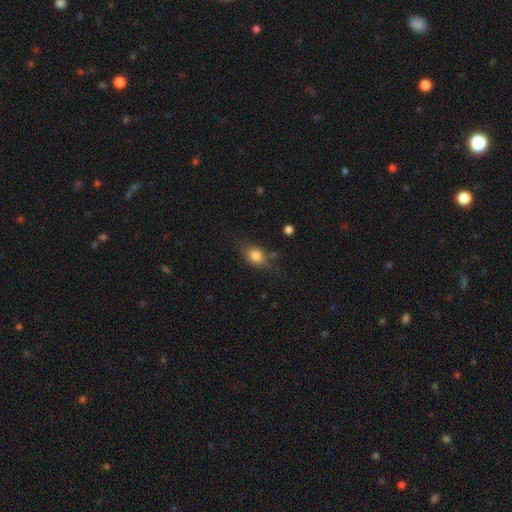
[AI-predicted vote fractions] Q: Smooth or featured?
A: smooth (77%); runner-up: featured or disk (13%)
Q: How rounded?
A: in between (62%); runner-up: round (34%)
Q: Merging?
A: none (66%); runner-up: minor disturbance (23%)